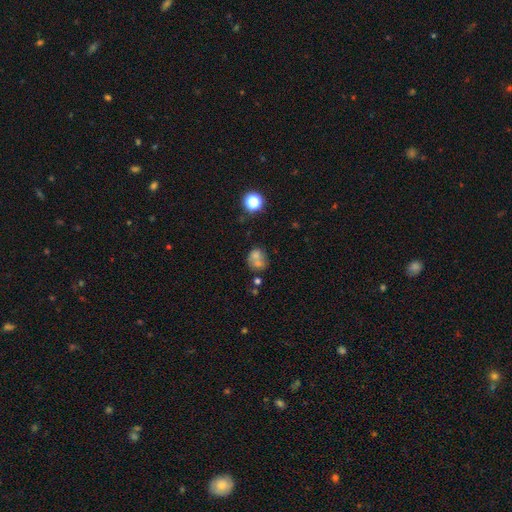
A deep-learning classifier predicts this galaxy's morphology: This is likely a smooth galaxy (61%). How rounded: likely round (65%). Merging: possibly merger (49%).